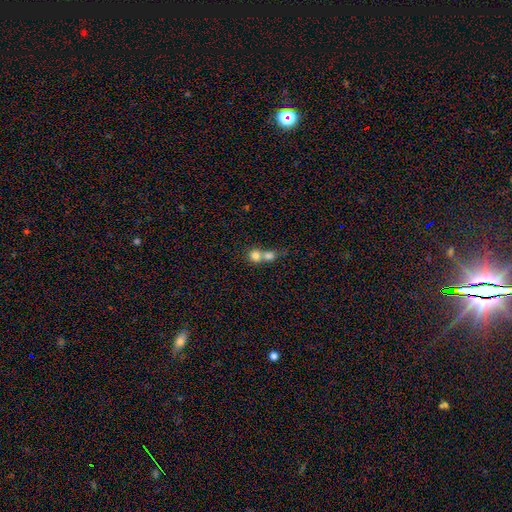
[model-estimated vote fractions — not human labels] Smooth or featured?
  - smooth: 78% *
  - featured or disk: 12%
  - star or artifact: 10%
How rounded?
  - round: 83% *
  - in between: 16%
  - cigar-shaped: 1%
Merging?
  - merger: 67% *
  - none: 27%
  - minor disturbance: 4%
  - major disturbance: 2%